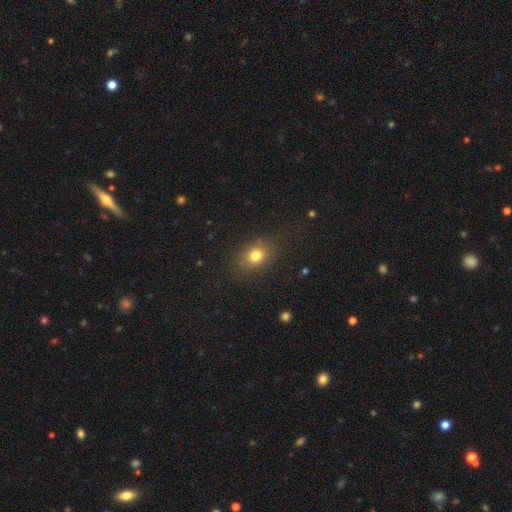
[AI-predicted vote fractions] Q: Smooth or featured?
A: smooth (78%); runner-up: star or artifact (13%)
Q: How rounded?
A: in between (51%); runner-up: round (47%)
Q: Merging?
A: none (79%); runner-up: minor disturbance (13%)